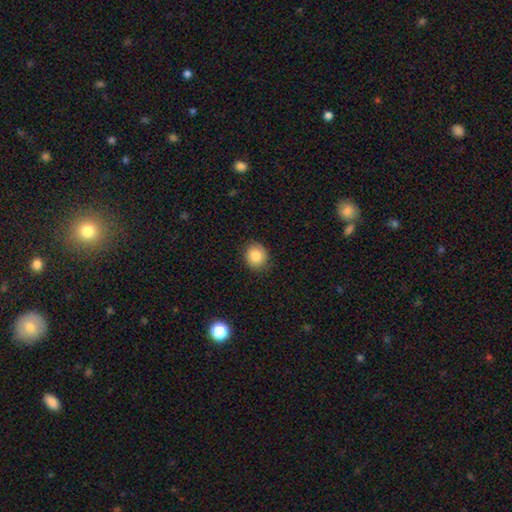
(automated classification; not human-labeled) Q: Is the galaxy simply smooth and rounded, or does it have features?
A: smooth — 85%.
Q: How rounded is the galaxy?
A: round — 80%.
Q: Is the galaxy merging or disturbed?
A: none — 87%.